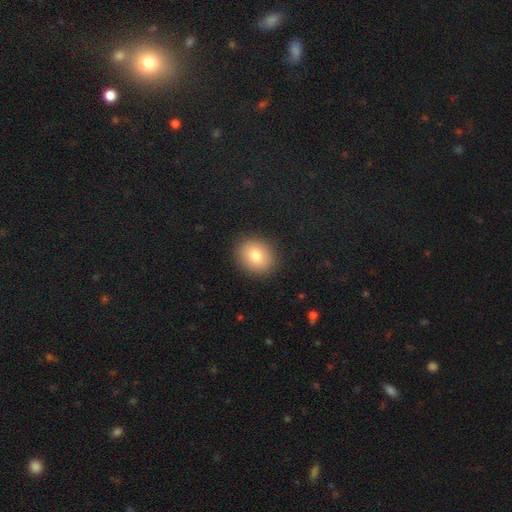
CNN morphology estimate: A smooth galaxy with no disk features (79%) that is round (64%). Merging: none (89%).